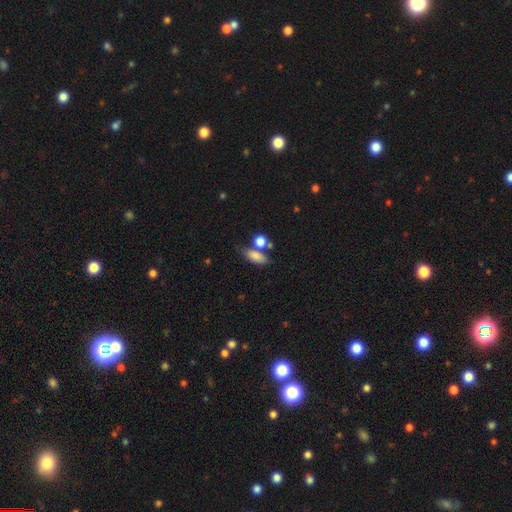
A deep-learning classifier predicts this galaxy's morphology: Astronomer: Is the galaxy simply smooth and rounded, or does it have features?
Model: smooth — 80%.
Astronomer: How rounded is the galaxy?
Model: in between — 72%.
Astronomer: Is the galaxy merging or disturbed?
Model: none — 53%.